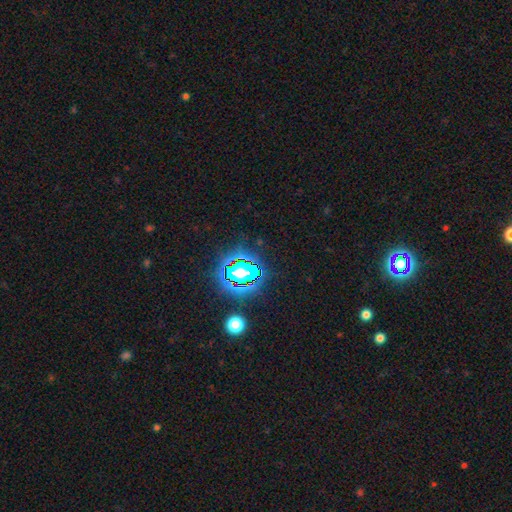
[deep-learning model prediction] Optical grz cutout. It shows a star or artifact, not a galaxy (79%).